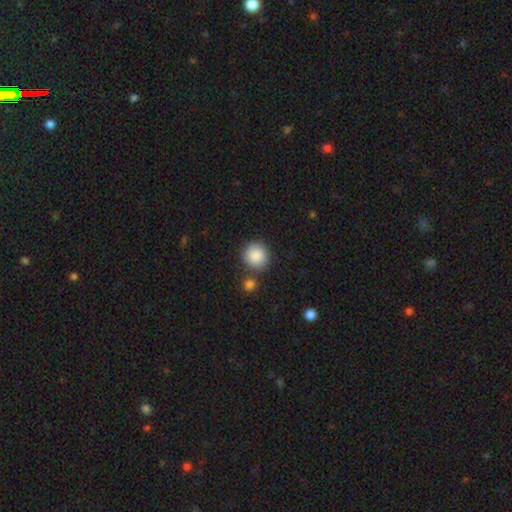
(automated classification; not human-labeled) Overall: smooth (87%). How rounded: round (91%). Merging: none (77%).